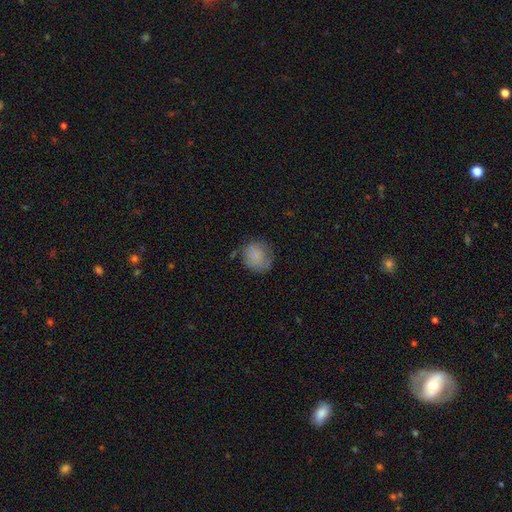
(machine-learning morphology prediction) Smooth or featured?
  - smooth: 75% *
  - featured or disk: 15%
  - star or artifact: 9%
How rounded?
  - round: 81% *
  - in between: 18%
  - cigar-shaped: 1%
Merging?
  - none: 64% *
  - minor disturbance: 24%
  - major disturbance: 9%
  - merger: 3%